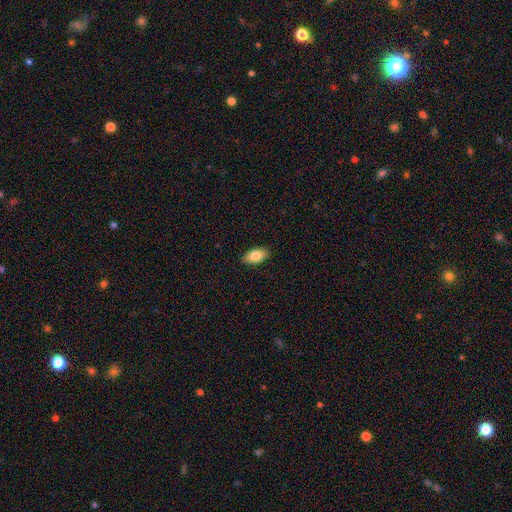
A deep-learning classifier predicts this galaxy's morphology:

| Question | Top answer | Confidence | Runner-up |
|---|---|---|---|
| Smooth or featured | smooth | 83% | featured or disk (10%) |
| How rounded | in between | 92% | cigar-shaped (5%) |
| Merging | none | 89% | minor disturbance (8%) |